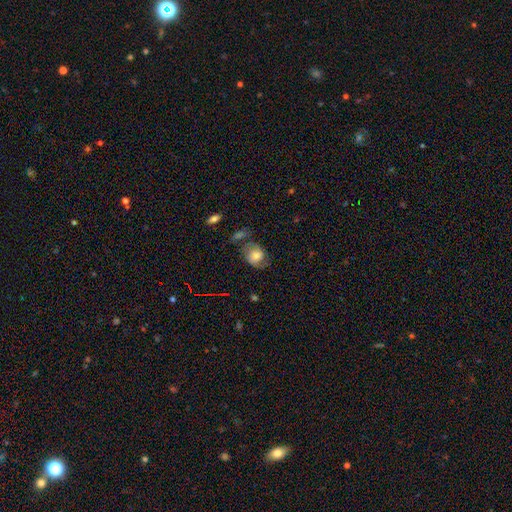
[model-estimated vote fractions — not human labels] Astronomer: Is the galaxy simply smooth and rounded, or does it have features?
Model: smooth — 48% (runner-up: featured or disk, 42%).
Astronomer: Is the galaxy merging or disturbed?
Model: none — 55%.